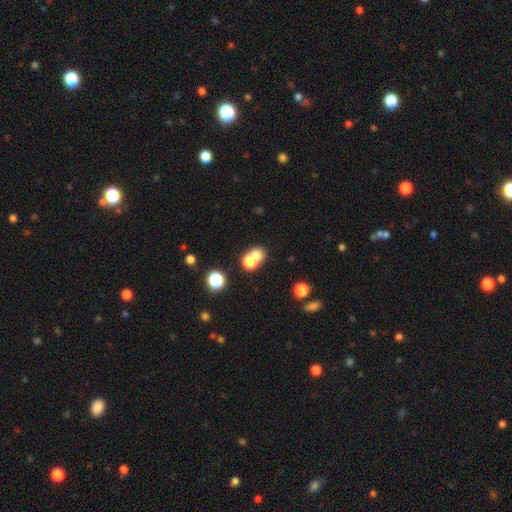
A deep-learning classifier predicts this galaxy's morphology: type=smooth (71%); roundness=round (69%); merging=merger (54%).